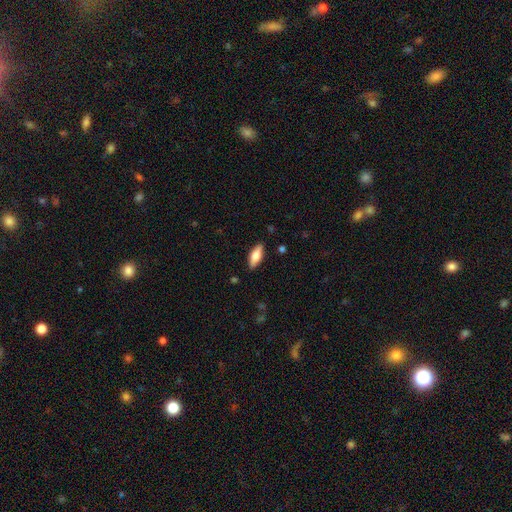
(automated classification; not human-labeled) Smooth or featured? Predicted: smooth (p=0.68). How rounded? Predicted: in between (p=0.73). Merging? Predicted: none (p=0.88).